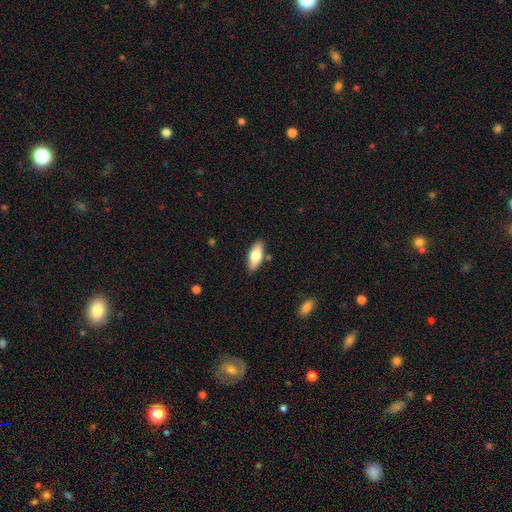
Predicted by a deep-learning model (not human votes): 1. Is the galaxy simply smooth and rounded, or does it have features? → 75% smooth, 19% featured or disk, 6% star or artifact.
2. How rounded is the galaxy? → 78% in between, 19% cigar-shaped, 2% round.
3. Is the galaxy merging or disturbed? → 85% none, 10% minor disturbance, 3% merger, 2% major disturbance.